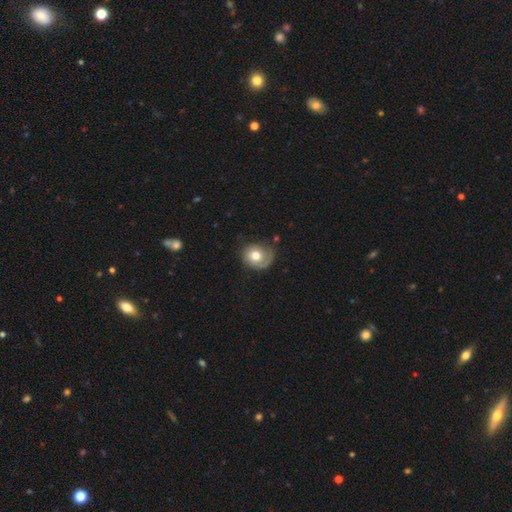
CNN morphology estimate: Smooth or featured? Predicted: smooth (p=0.59). How rounded? Predicted: round (p=0.75). Merging? Predicted: none (p=0.57).